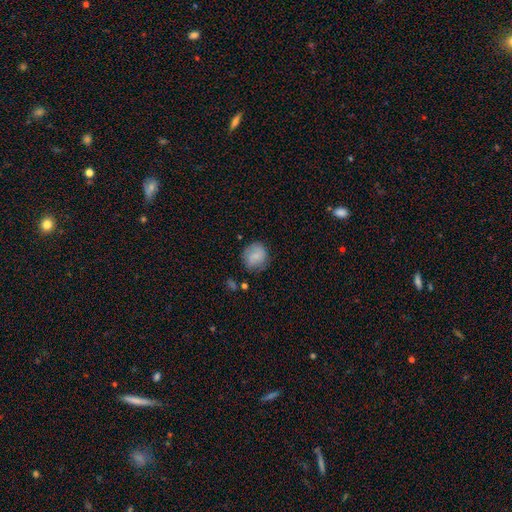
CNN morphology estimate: This is likely a smooth galaxy (79%). How rounded: clearly round (85%). Merging: likely none (73%).